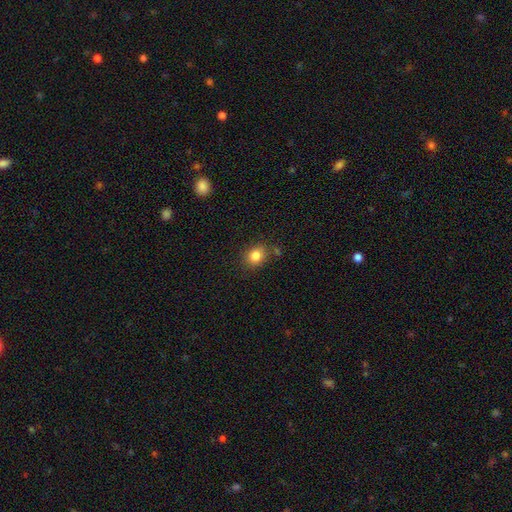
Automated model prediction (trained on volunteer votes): smooth-or-featured: smooth: 83% | star or artifact: 11% | featured or disk: 6%
  how-rounded: round: 63% | in between: 36% | cigar-shaped: 1%
  merging: none: 79% | minor disturbance: 13% | merger: 5% | major disturbance: 4%